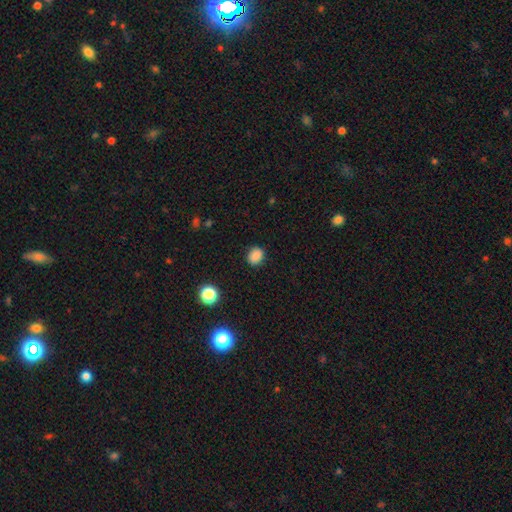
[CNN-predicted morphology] smooth_or_featured: smooth (p=0.85) [alt: star or artifact p=0.11]
how_rounded: round (p=0.68) [alt: in between p=0.31]
merging: none (p=0.86) [alt: minor disturbance p=0.10]